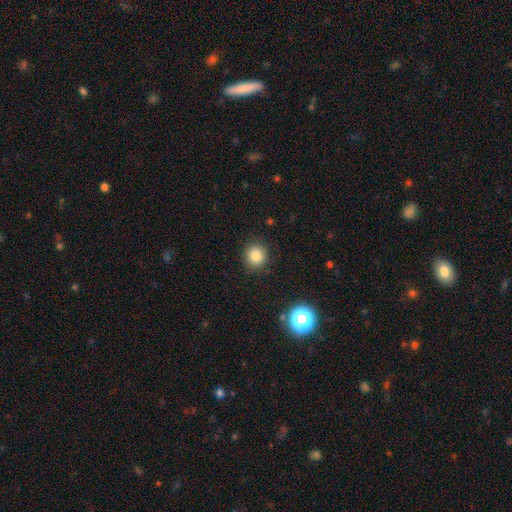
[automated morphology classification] A smooth galaxy with no disk features (83%) that is round (89%). Merging: none (89%).